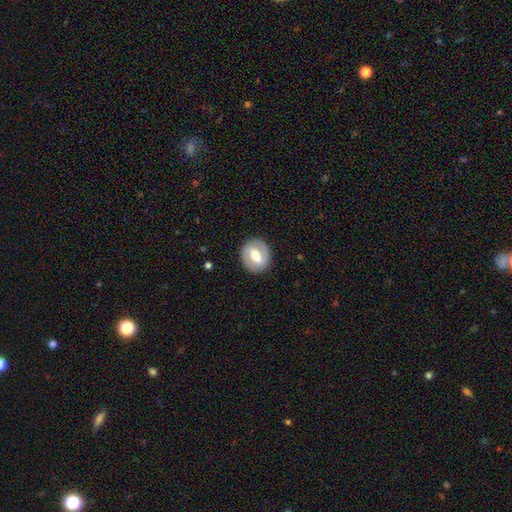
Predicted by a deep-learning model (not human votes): A featured or disk galaxy (52%).

Vote fractions:
- Smooth or featured? featured or disk: 52% / smooth: 42% / star or artifact: 6%
- Edge-on disk? no: 94% / yes: 6%
- Merging? none: 86% / minor disturbance: 9% / major disturbance: 4% / merger: 1%